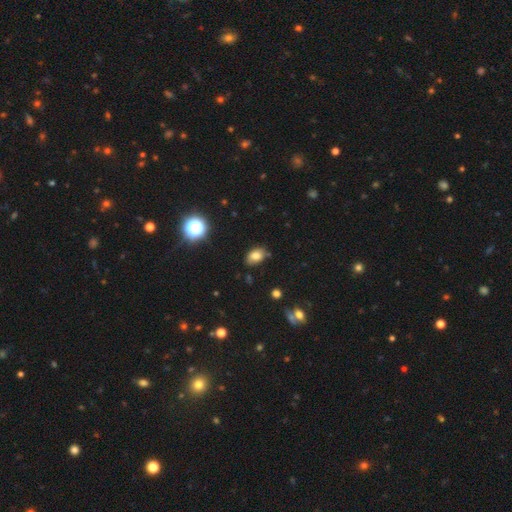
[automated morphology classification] Smooth or featured?
  - smooth: 78% *
  - star or artifact: 13%
  - featured or disk: 10%
How rounded?
  - in between: 84% *
  - round: 14%
  - cigar-shaped: 1%
Merging?
  - none: 74% *
  - minor disturbance: 19%
  - major disturbance: 3%
  - merger: 3%